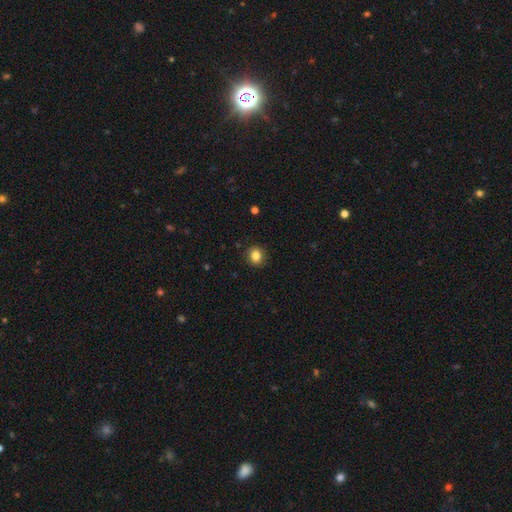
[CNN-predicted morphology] Smooth or featured?
  - smooth: 84% *
  - star or artifact: 10%
  - featured or disk: 6%
How rounded?
  - round: 74% *
  - in between: 26%
  - cigar-shaped: 1%
Merging?
  - none: 89% *
  - minor disturbance: 8%
  - major disturbance: 2%
  - merger: 1%